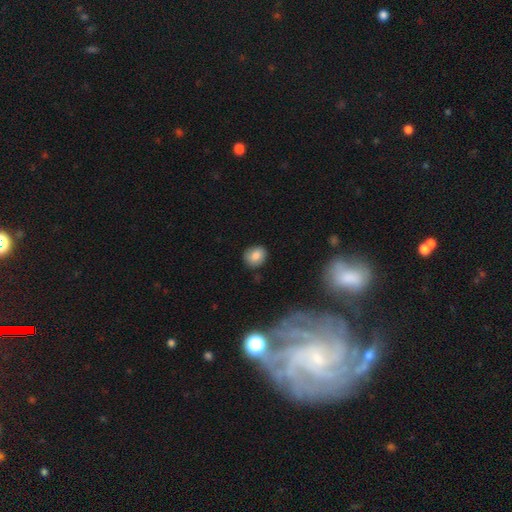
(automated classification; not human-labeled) smooth 82%, star or artifact 9%, featured or disk 9%. Down the decision tree: how rounded — round (69%); merging — none (85%).